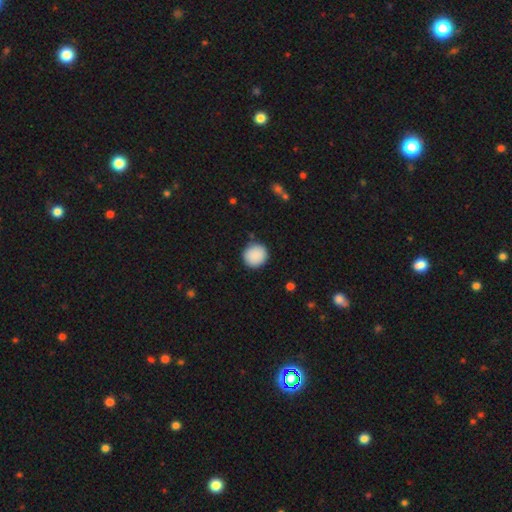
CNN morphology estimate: Smooth or featured: smooth — 90% (star or artifact — 8%)
How rounded: round — 91% (in between — 8%)
Merging: none — 89% (minor disturbance — 8%)